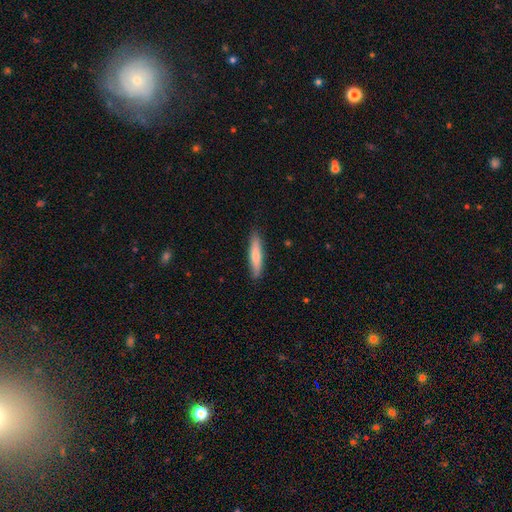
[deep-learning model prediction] This is likely a smooth galaxy (74%). How rounded: clearly cigar-shaped (84%). Merging: clearly none (87%).